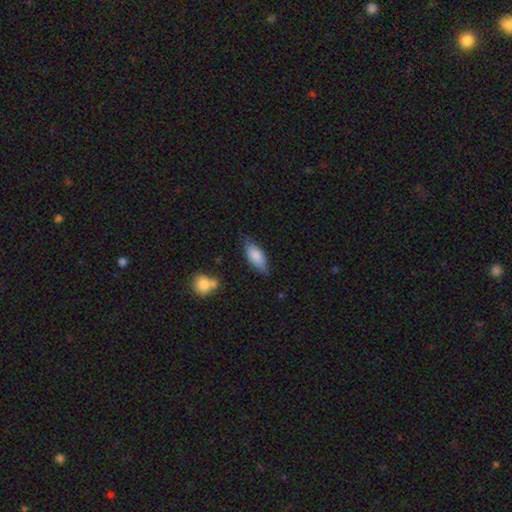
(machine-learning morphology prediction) smooth_or_featured: smooth (p=0.78) [alt: featured or disk p=0.16]
how_rounded: in between (p=0.77) [alt: cigar-shaped p=0.21]
merging: none (p=0.65) [alt: minor disturbance p=0.27]